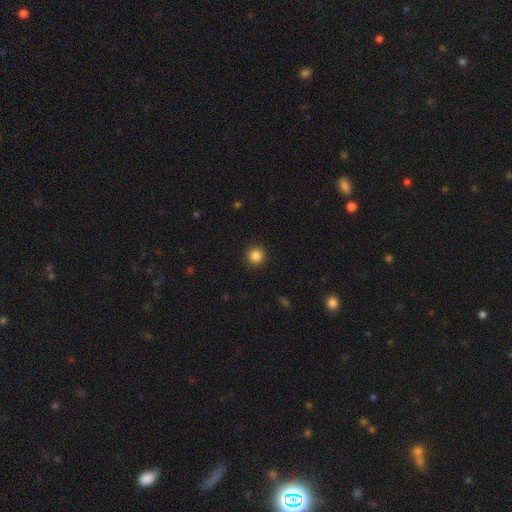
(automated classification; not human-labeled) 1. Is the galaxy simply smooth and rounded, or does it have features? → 86% smooth, 11% star or artifact, 4% featured or disk.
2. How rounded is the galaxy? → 95% round, 5% in between, 1% cigar-shaped.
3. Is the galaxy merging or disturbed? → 92% none, 5% minor disturbance, 2% major disturbance, 1% merger.